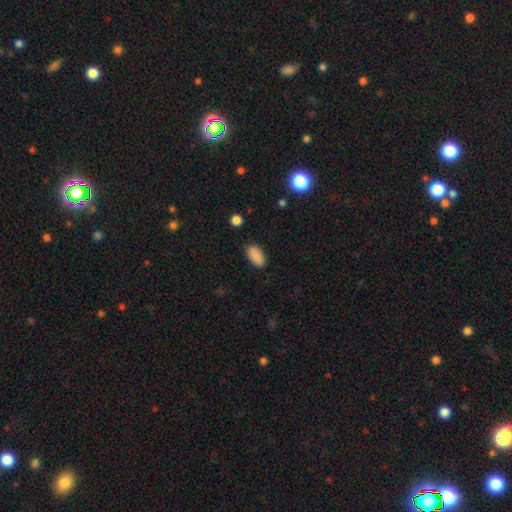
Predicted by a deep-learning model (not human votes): Smooth or featured? smooth (89%)
How rounded? in between (93%)
Merging? none (87%)